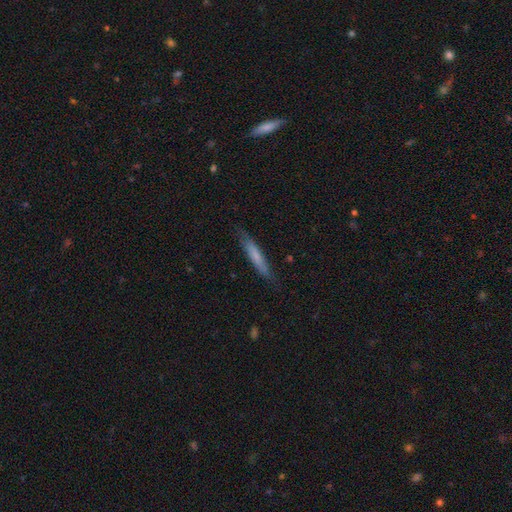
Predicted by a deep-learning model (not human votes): Smooth or featured? smooth (64%)
How rounded? cigar-shaped (92%)
Merging? none (83%)